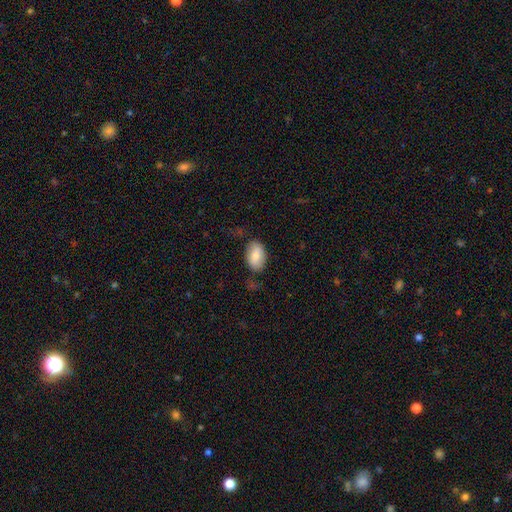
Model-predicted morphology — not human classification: Overall: smooth (80%). How rounded: in between (92%). Merging: none (70%).